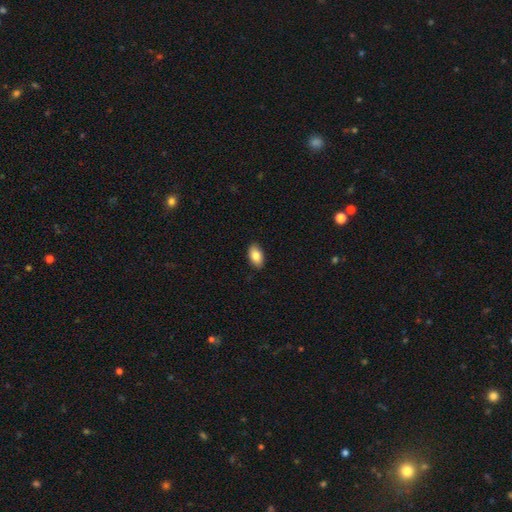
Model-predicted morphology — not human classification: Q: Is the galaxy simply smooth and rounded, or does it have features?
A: smooth — 84%.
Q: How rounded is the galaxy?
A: in between — 93%.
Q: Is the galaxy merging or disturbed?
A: none — 89%.